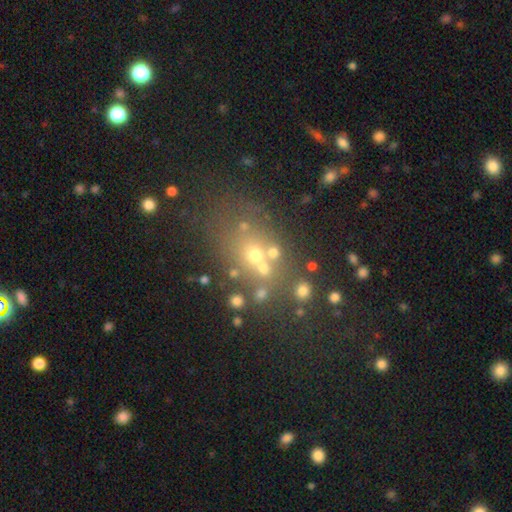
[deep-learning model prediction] Smooth or featured? smooth (39%)
Merging? none (52%)